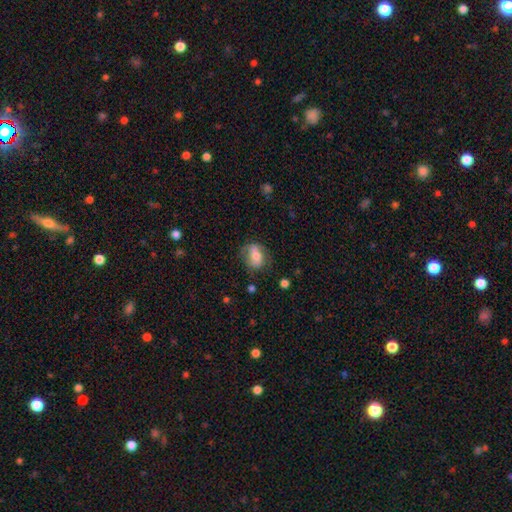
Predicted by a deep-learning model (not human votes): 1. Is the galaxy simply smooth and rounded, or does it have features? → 64% smooth, 28% featured or disk, 8% star or artifact.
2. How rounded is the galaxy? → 68% in between, 30% round, 2% cigar-shaped.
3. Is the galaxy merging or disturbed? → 62% none, 25% minor disturbance, 11% major disturbance, 2% merger.